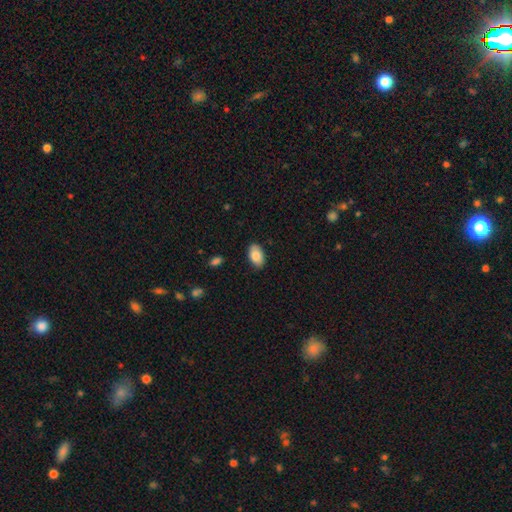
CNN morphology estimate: Smooth or featured? smooth (85%)
How rounded? in between (94%)
Merging? none (85%)